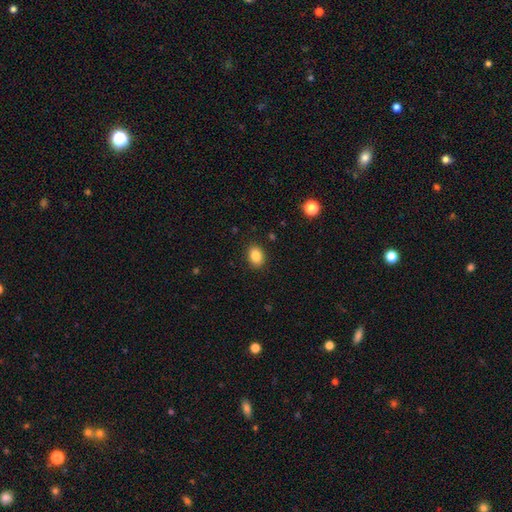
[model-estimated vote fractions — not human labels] This appears to be a smooth galaxy with no disk features (86%) that is in between round and cigar-shaped (71%). Merging: none (88%).